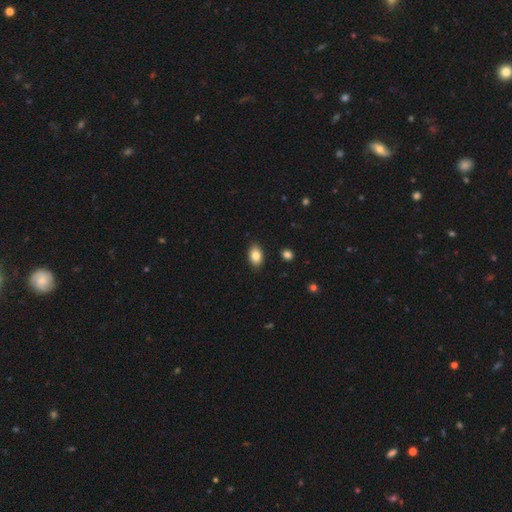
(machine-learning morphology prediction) smooth-or-featured: smooth: 84% | featured or disk: 8% | star or artifact: 8%
  how-rounded: in between: 90% | round: 9% | cigar-shaped: 1%
  merging: none: 88% | minor disturbance: 8% | major disturbance: 2% | merger: 1%